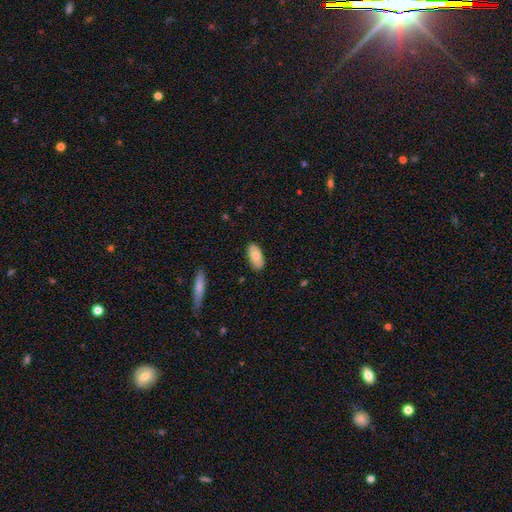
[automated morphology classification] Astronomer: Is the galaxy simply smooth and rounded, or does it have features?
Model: smooth — 74%.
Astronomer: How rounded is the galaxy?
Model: in between — 92%.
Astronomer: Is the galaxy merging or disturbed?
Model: none — 87%.